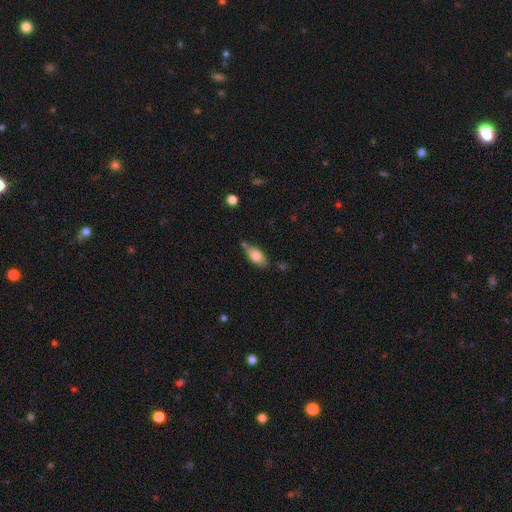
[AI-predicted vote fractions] This appears to be a smooth galaxy with no disk features (77%) that is in between round and cigar-shaped (87%). Merging: none (66%).